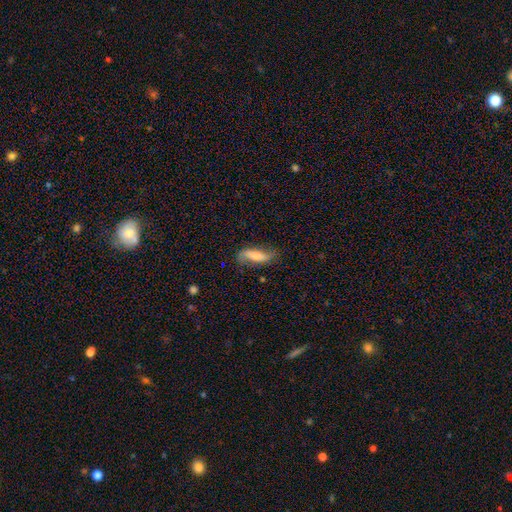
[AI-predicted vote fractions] This is possibly a featured or disk galaxy (47%). Merging: likely none (66%).